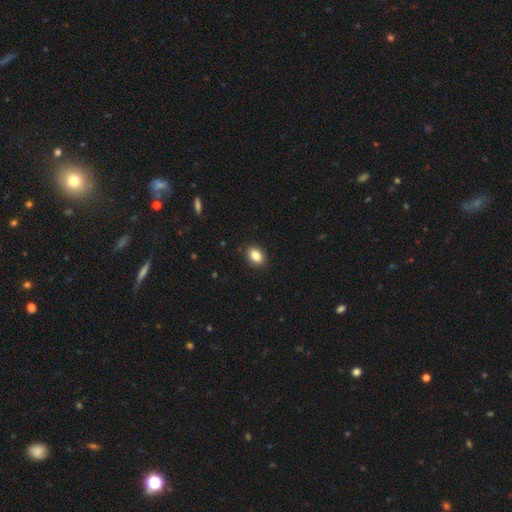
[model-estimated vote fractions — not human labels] smooth 85%, star or artifact 9%, featured or disk 6%. Down the decision tree: how rounded — in between (72%); merging — none (90%).